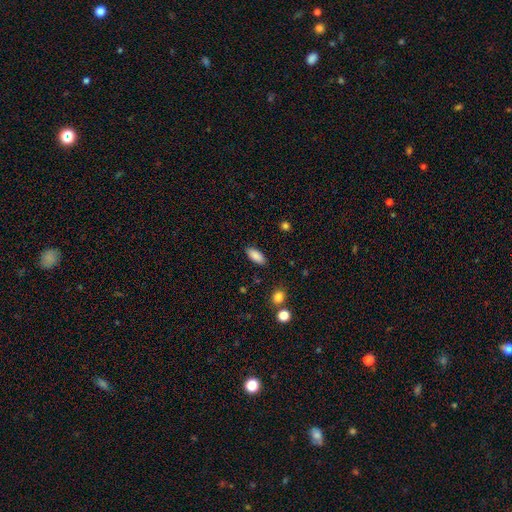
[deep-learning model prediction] Overall: smooth (88%). How rounded: in between (85%). Merging: none (87%).